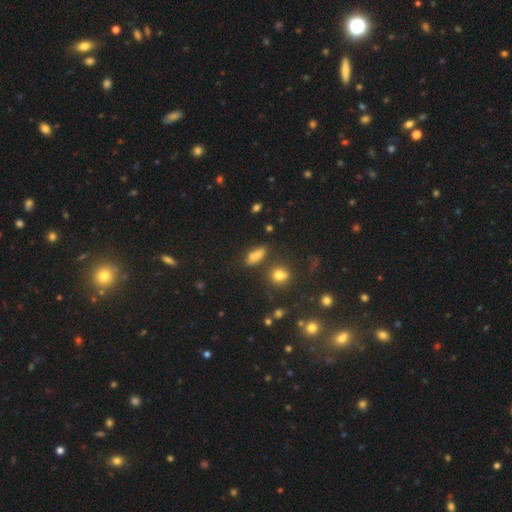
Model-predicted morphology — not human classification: This appears to be a smooth galaxy with no disk features (78%) that is in between round and cigar-shaped (70%). Merging: none (69%).